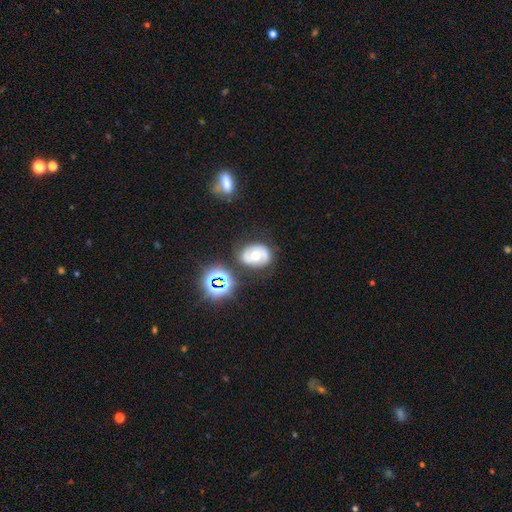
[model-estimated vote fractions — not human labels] Q: Smooth or featured?
A: featured or disk (55%); runner-up: smooth (33%)
Q: Edge-on disk?
A: no (95%); runner-up: yes (5%)
Q: Bar?
A: no (72%); runner-up: weak (20%)
Q: Spiral arms?
A: yes (52%); runner-up: no (48%)
Q: Bulge size?
A: moderate (76%); runner-up: large (11%)
Q: Merging?
A: none (75%); runner-up: minor disturbance (15%)